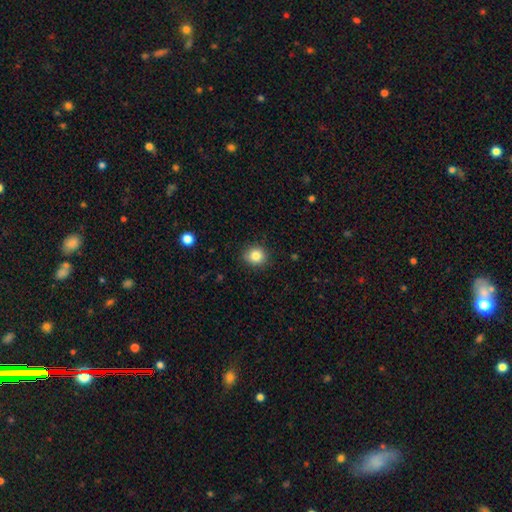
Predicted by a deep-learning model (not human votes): Smooth or featured? smooth (84%)
How rounded? round (83%)
Merging? none (87%)